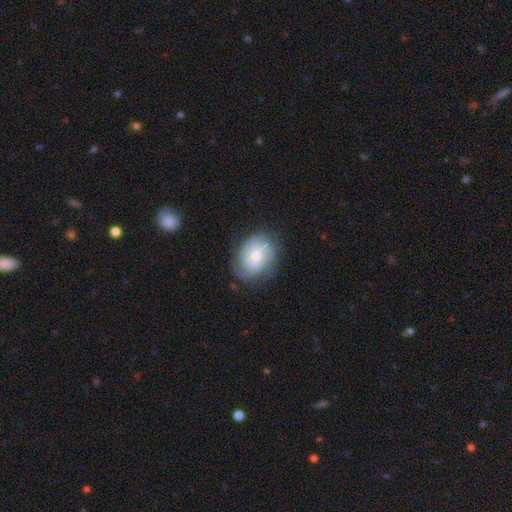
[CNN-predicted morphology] Smooth or featured?
  - featured or disk: 67% *
  - smooth: 26%
  - star or artifact: 7%
Edge-on disk?
  - no: 98% *
  - yes: 2%
Bar?
  - no: 65% *
  - weak: 30%
  - strong: 4%
Spiral arms?
  - yes: 92% *
  - no: 8%
Spiral winding?
  - tight: 51% *
  - medium: 37%
  - loose: 12%
Spiral arm count?
  - can't tell: 28% * (tied)
  - 2: 28% * (tied)
  - 3: 28% * (tied)
  - 4: 7%
  - 1: 5%
  - more than 4: 4%
Bulge size?
  - moderate: 46% *
  - small: 43%
  - large: 6%
  - none: 3%
  - dominant: 1%
Merging?
  - none: 71% *
  - minor disturbance: 20%
  - major disturbance: 8%
  - merger: 1%